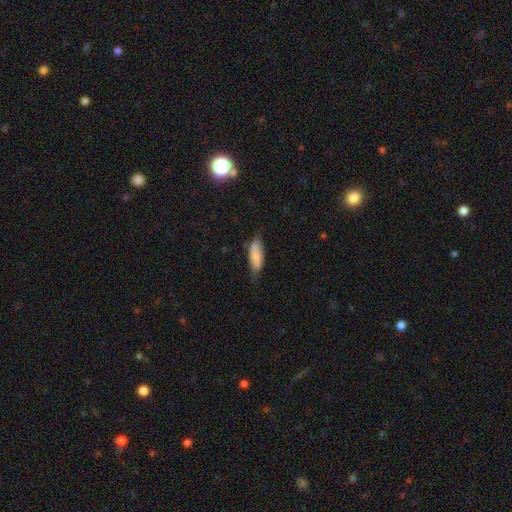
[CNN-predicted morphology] The model was most divided on "merging": none: 59%, minor disturbance: 31%, major disturbance: 8%, merger: 2%. More confident: smooth or featured — smooth (76%); how rounded — in between (63%).